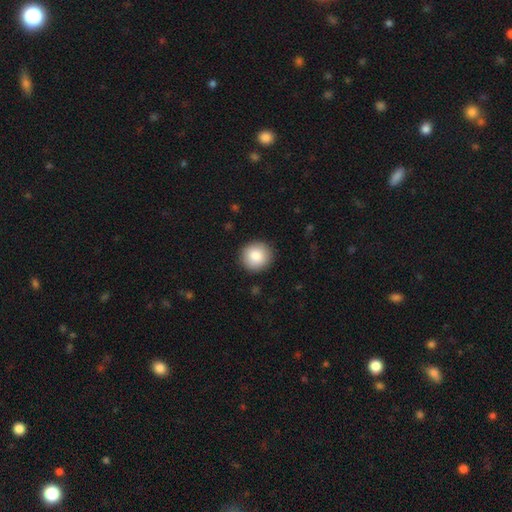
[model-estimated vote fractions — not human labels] Smooth or featured? smooth (85%)
How rounded? round (92%)
Merging? none (91%)